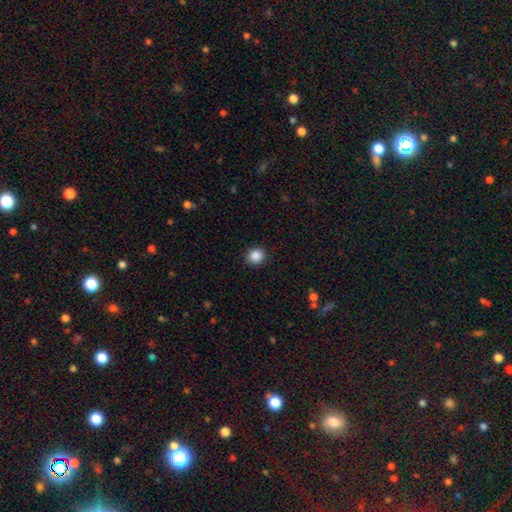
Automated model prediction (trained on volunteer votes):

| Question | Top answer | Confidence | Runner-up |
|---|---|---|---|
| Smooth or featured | smooth | 88% | star or artifact (10%) |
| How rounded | round | 89% | in between (10%) |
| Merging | none | 91% | minor disturbance (6%) |